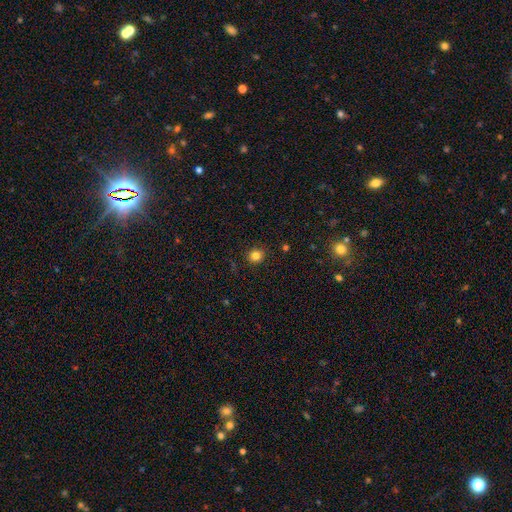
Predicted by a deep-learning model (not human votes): smooth_or_featured: smooth (p=0.82) [alt: star or artifact p=0.13]
how_rounded: round (p=0.85) [alt: in between p=0.14]
merging: none (p=0.89) [alt: minor disturbance p=0.08]